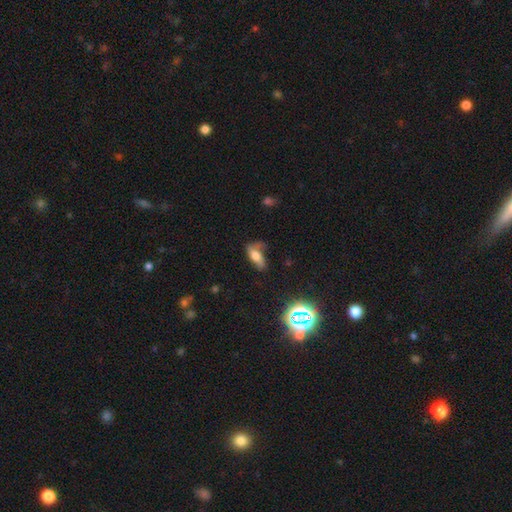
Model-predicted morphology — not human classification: smooth 55%, featured or disk 32%, star or artifact 13%. Down the decision tree: how rounded — in between (77%); merging — none (41%).